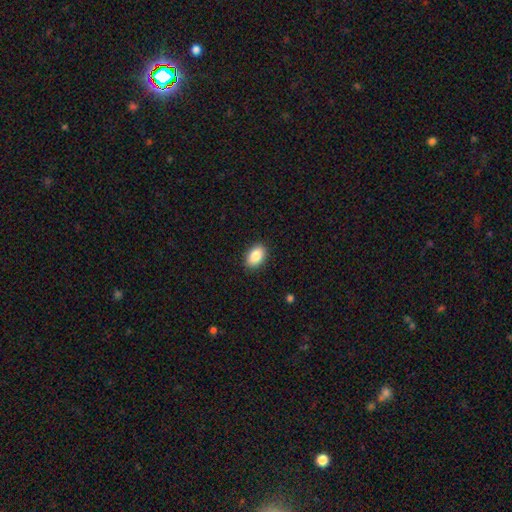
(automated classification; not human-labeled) Smooth or featured: smooth — 87% (star or artifact — 7%)
How rounded: in between — 89% (round — 10%)
Merging: none — 90% (minor disturbance — 8%)